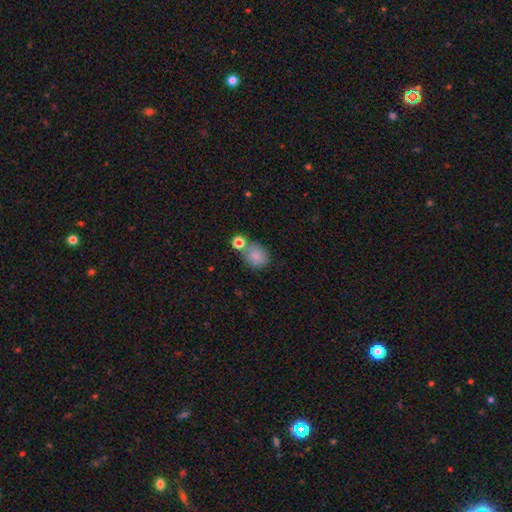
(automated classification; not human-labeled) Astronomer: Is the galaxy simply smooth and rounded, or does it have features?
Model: smooth — 83%.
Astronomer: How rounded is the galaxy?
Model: round — 57% (runner-up: in between, 42%).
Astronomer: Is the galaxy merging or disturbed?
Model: none — 56%.